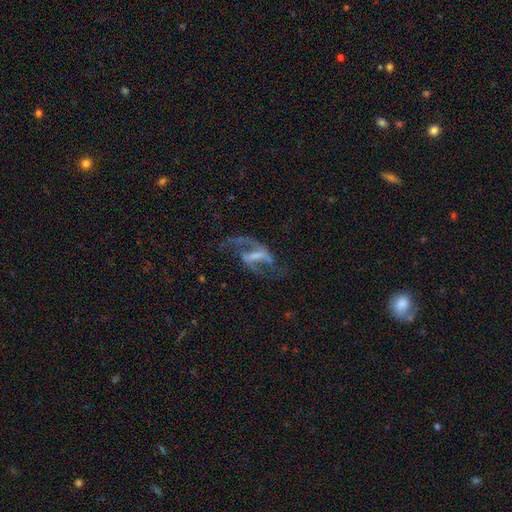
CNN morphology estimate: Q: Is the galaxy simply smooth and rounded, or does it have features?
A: featured or disk — 87%.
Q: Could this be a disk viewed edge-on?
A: no — 96%.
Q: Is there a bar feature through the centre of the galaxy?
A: strong — 53%.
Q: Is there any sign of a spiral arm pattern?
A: yes — 94%.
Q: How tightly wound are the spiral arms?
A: loose — 56%.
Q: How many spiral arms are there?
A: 2 — 89%.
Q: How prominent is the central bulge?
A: small — 39%.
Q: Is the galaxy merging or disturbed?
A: none — 65%.